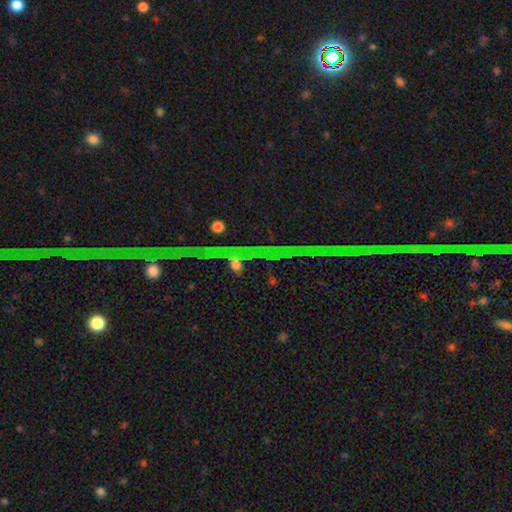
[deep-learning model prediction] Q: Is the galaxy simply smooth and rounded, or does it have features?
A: star or artifact — 75%.